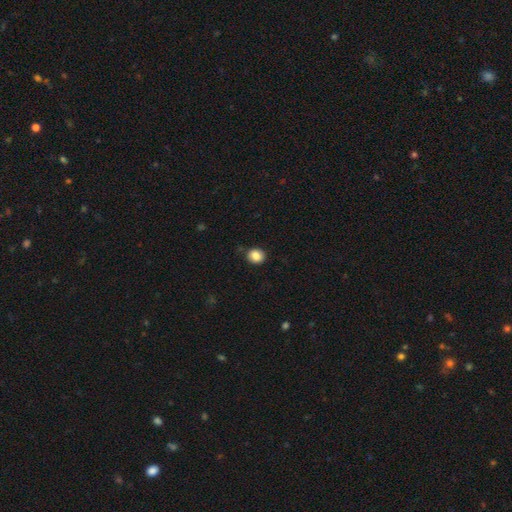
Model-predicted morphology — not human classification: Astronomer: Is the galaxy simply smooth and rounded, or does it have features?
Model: smooth — 86%.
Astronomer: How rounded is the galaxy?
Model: round — 67%.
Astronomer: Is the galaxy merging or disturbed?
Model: none — 87%.